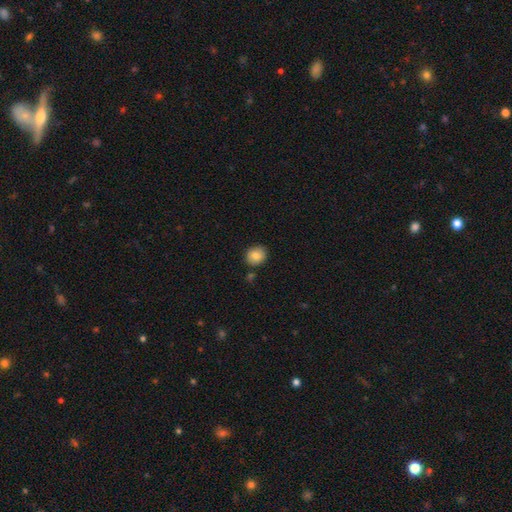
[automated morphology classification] The model was most divided on "how rounded": round: 74%, in between: 25%, cigar-shaped: 1%. More confident: merging — none (84%); smooth or featured — smooth (83%).